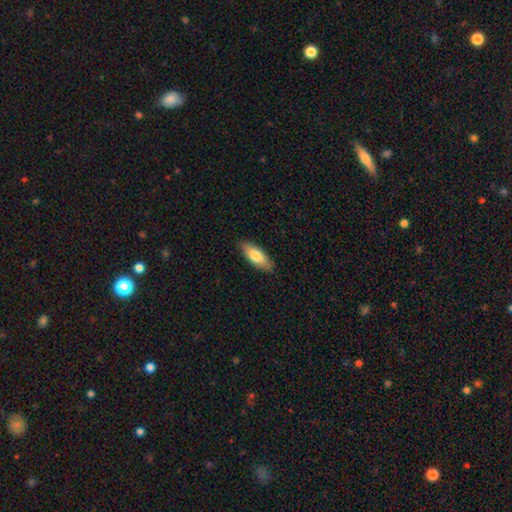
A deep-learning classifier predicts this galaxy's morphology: Smooth or featured?
  - smooth: 78% *
  - featured or disk: 17%
  - star or artifact: 6%
How rounded?
  - in between: 74% *
  - cigar-shaped: 24%
  - round: 2%
Merging?
  - none: 86% *
  - minor disturbance: 11%
  - major disturbance: 2%
  - merger: 1%